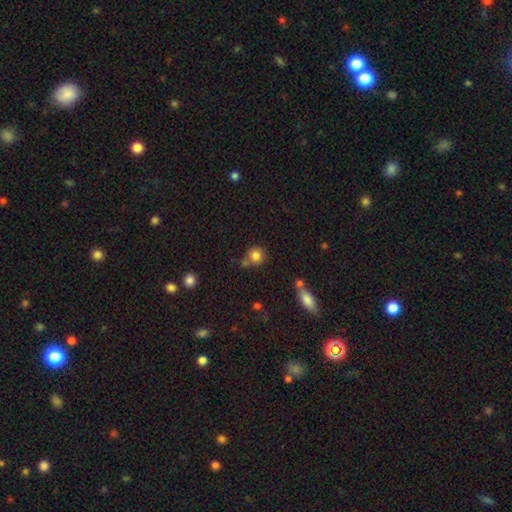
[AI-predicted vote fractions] Smooth or featured?
  - smooth: 82% *
  - star or artifact: 11%
  - featured or disk: 7%
How rounded?
  - round: 88% *
  - in between: 11%
  - cigar-shaped: 1%
Merging?
  - none: 63% *
  - merger: 19%
  - minor disturbance: 13%
  - major disturbance: 4%